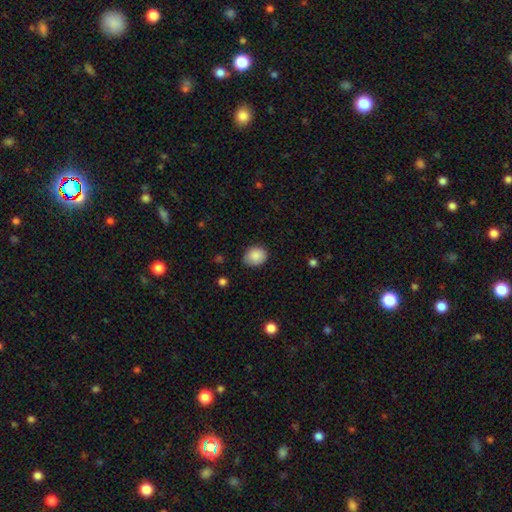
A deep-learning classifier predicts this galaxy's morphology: smooth-or-featured: smooth: 88% | star or artifact: 8% | featured or disk: 4%
  how-rounded: round: 54% | in between: 45% | cigar-shaped: 1%
  merging: none: 79% | minor disturbance: 17% | major disturbance: 3% | merger: 1%